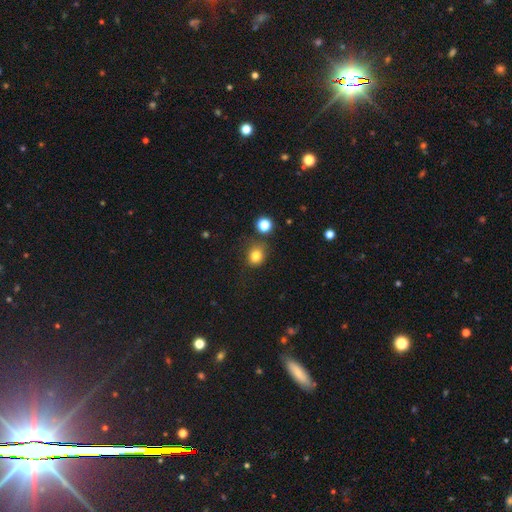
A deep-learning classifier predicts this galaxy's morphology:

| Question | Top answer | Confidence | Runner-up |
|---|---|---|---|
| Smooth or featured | smooth | 81% | star or artifact (13%) |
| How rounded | round | 72% | in between (27%) |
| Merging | none | 74% | minor disturbance (16%) |